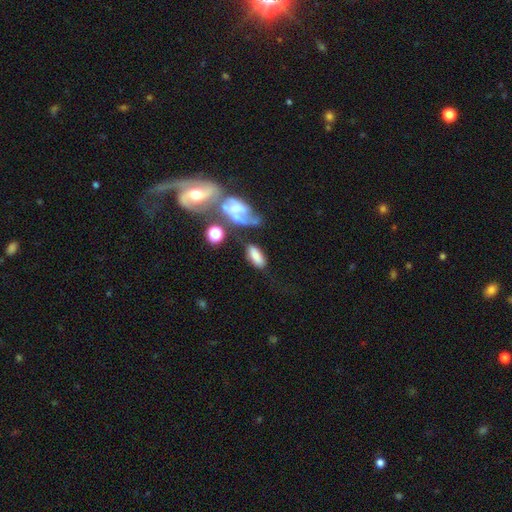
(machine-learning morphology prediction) A smooth galaxy with no disk features (72%) that is in between round and cigar-shaped (84%). Merging: none (57%).